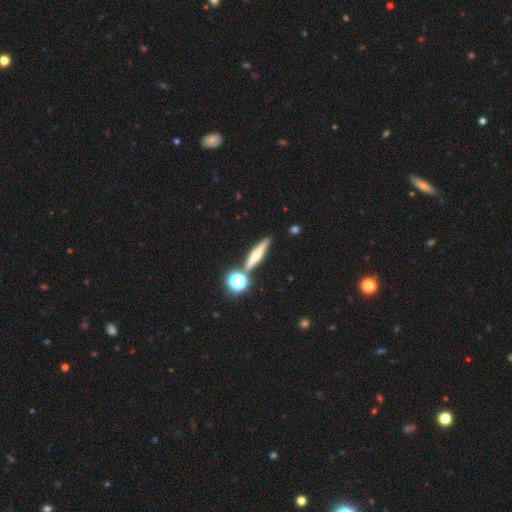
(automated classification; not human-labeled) This is possibly a smooth galaxy (48%). Merging: likely none (78%).